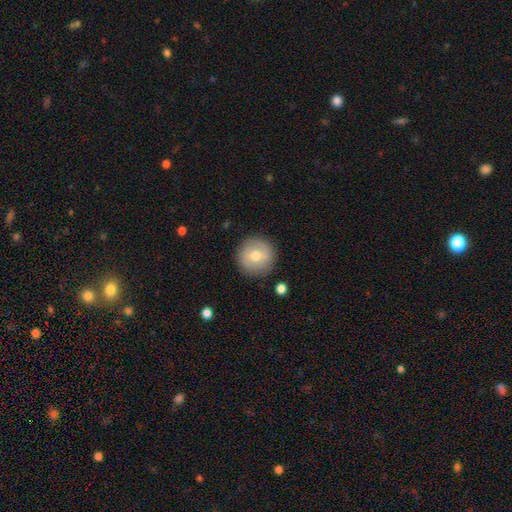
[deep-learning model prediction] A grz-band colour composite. It shows a smooth galaxy with no disk features (65%) that is round (95%). Merging: none (89%).